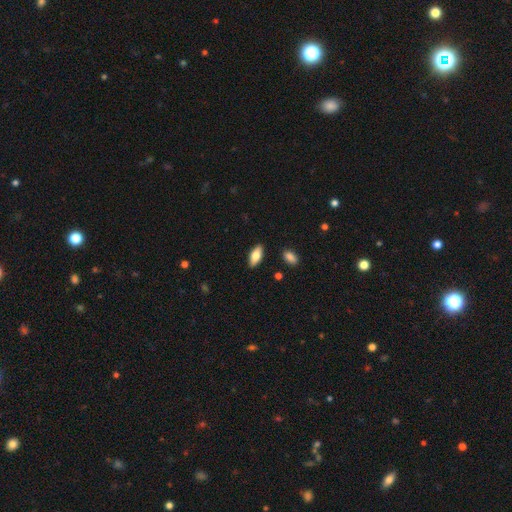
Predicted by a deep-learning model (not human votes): Smooth or featured?
  - smooth: 75% *
  - featured or disk: 19%
  - star or artifact: 6%
How rounded?
  - in between: 84% *
  - cigar-shaped: 14%
  - round: 2%
Merging?
  - none: 88% *
  - minor disturbance: 8%
  - major disturbance: 2%
  - merger: 2%